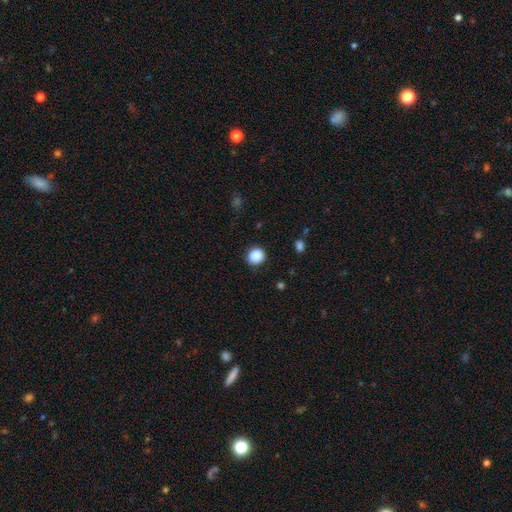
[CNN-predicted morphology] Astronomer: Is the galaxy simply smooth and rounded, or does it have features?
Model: smooth — 88%.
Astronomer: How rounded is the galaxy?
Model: round — 92%.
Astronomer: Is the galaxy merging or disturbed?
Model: none — 89%.